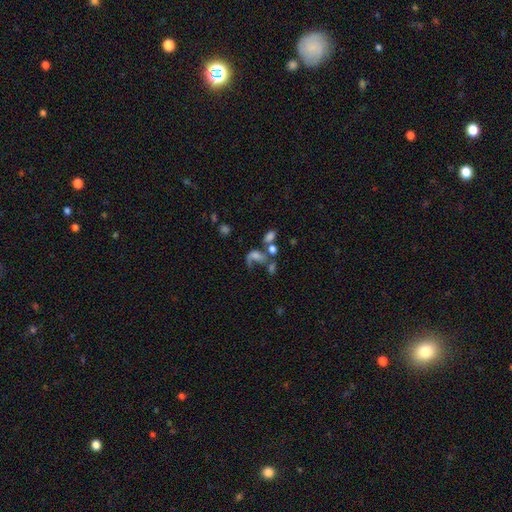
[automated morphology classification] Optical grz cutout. It shows a smooth galaxy with no disk features (42%). Merging: merger (37%).